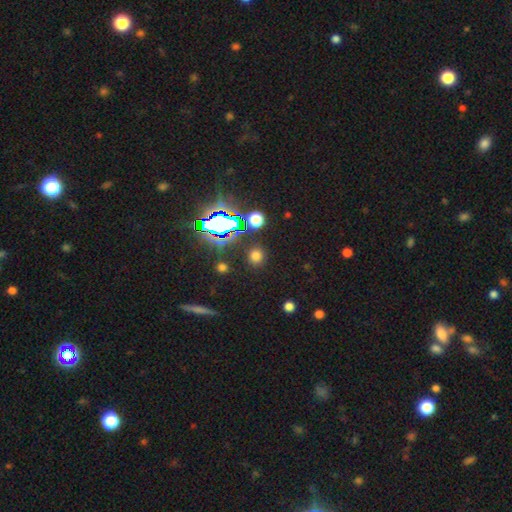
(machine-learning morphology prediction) Smooth or featured? smooth (65%)
How rounded? round (85%)
Merging? none (87%)